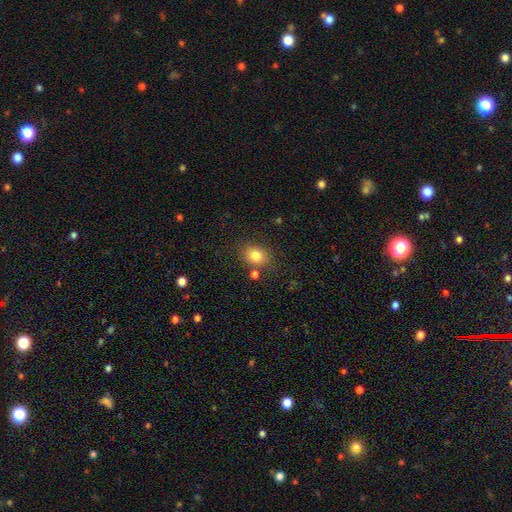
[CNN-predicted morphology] The model was most divided on "how rounded": in between: 53%, round: 46%, cigar-shaped: 1%. More confident: smooth or featured — smooth (81%); merging — none (75%).